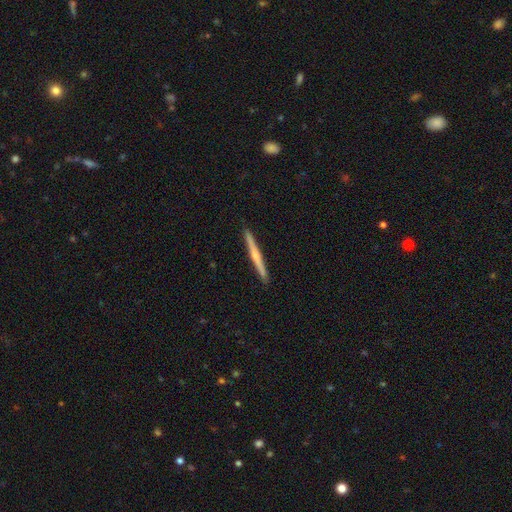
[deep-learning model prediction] smooth-or-featured: featured or disk: 64% | smooth: 31% | star or artifact: 5%
  disk-edge-on: yes: 98% | no: 2%
    edge-on-bulge: rounded: 72% | none: 23% | boxy: 5%
  merging: none: 92% | minor disturbance: 5% | major disturbance: 1% | merger: 1%